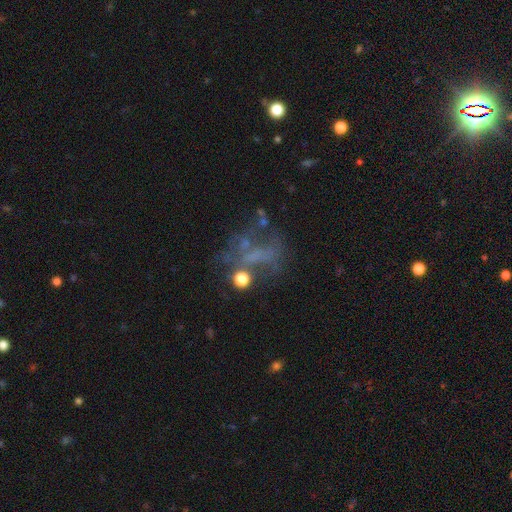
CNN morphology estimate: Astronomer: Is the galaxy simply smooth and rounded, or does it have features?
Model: featured or disk — 46% (runner-up: star or artifact, 30%).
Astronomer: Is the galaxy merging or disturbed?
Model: none — 42% (runner-up: major disturbance, 31%).